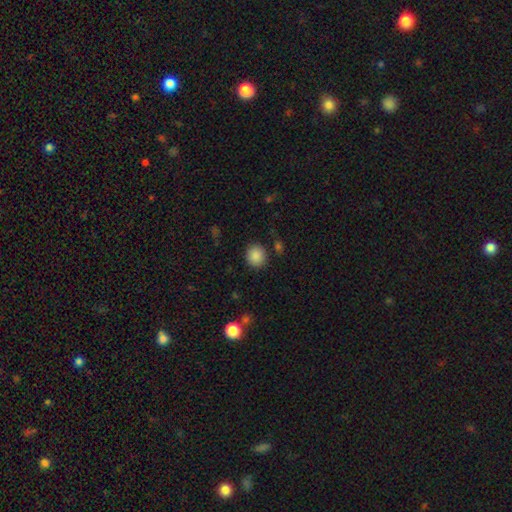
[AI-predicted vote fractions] smooth 87%, star or artifact 9%, featured or disk 4%. Down the decision tree: how rounded — round (82%); merging — none (86%).